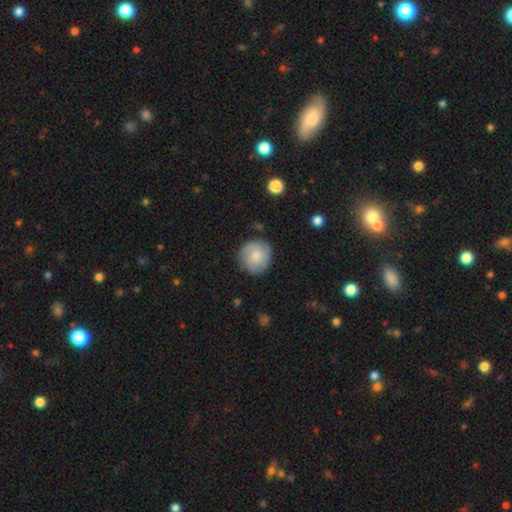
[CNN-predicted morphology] Q: Smooth or featured?
A: smooth (69%); runner-up: featured or disk (25%)
Q: How rounded?
A: round (93%); runner-up: in between (6%)
Q: Merging?
A: none (81%); runner-up: minor disturbance (14%)